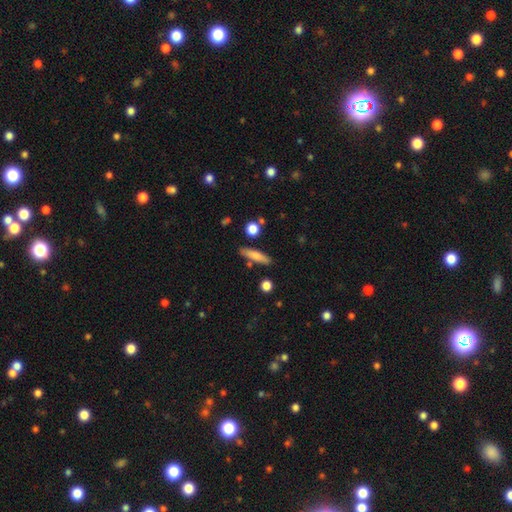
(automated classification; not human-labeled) This is likely a smooth galaxy (74%). How rounded: likely cigar-shaped (77%). Merging: clearly none (81%).